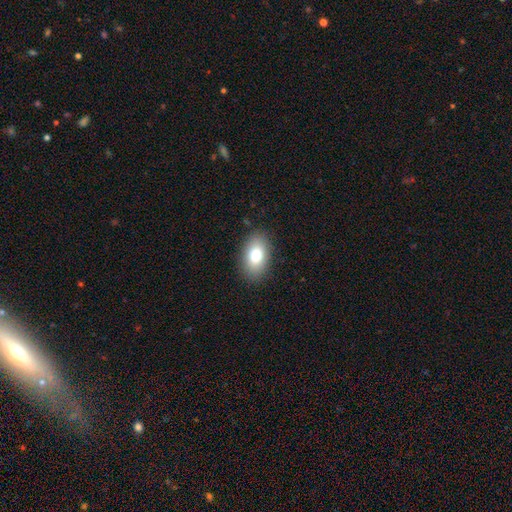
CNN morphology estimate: The model was most divided on "smooth or featured": smooth: 77%, featured or disk: 14%, star or artifact: 8%. More confident: how rounded — in between (90%); merging — none (87%).